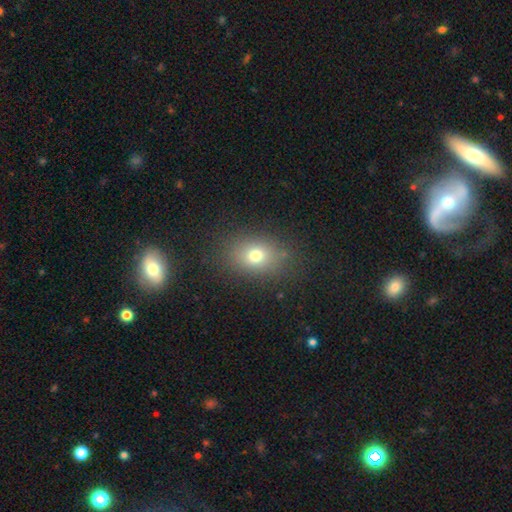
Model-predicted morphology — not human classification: smooth 73%, star or artifact 16%, featured or disk 12%. Down the decision tree: how rounded — in between (63%); merging — none (83%).